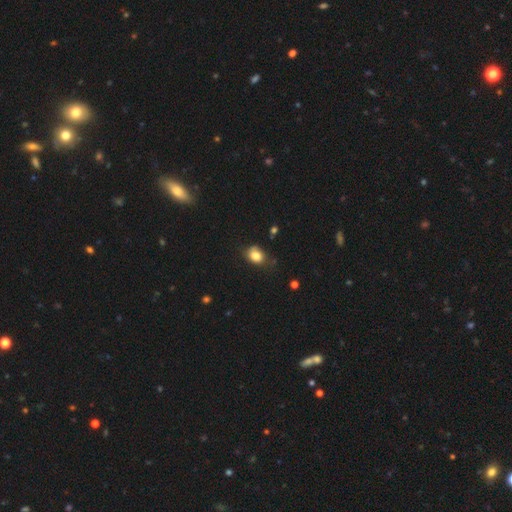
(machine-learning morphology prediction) The model was most divided on "how rounded": in between: 61%, round: 38%, cigar-shaped: 1%. More confident: smooth or featured — smooth (83%); merging — none (68%).